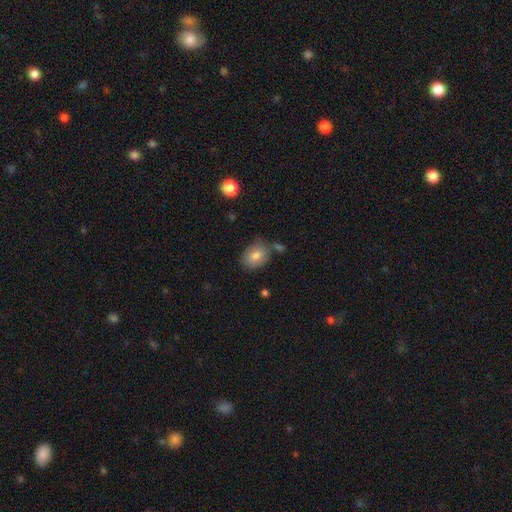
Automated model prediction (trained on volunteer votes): smooth-or-featured: smooth: 80% | featured or disk: 12% | star or artifact: 8%
  how-rounded: in between: 72% | round: 27% | cigar-shaped: 1%
  merging: none: 68% | minor disturbance: 19% | merger: 9% | major disturbance: 5%